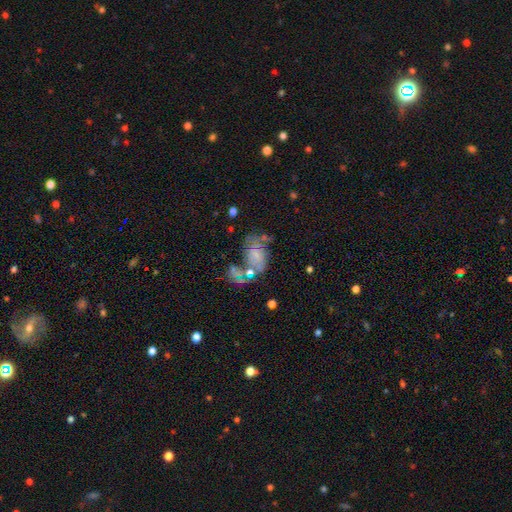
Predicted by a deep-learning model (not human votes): Overall: featured or disk (51%; smooth 37%). Edge-on disk: no (97%). Merging: none (28%; major disturbance 26%).